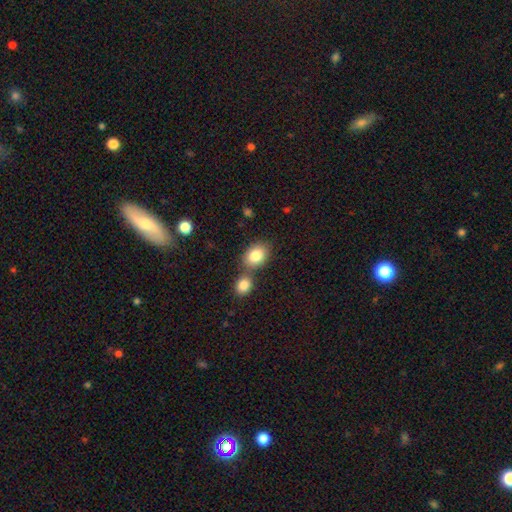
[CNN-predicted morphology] Q: Smooth or featured?
A: smooth (83%); runner-up: featured or disk (9%)
Q: How rounded?
A: in between (67%); runner-up: round (32%)
Q: Merging?
A: none (55%); runner-up: merger (33%)